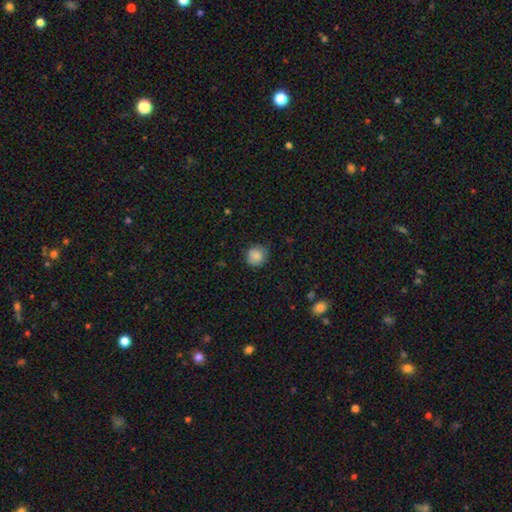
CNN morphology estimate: Smooth or featured? smooth (84%)
How rounded? round (89%)
Merging? none (80%)